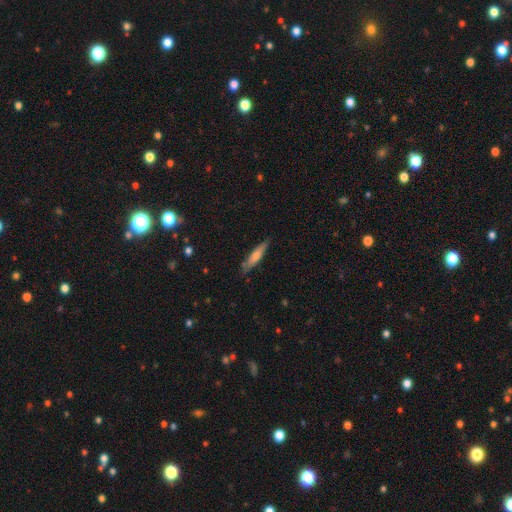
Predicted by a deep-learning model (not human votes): The model was most divided on "smooth or featured": smooth: 52%, featured or disk: 41%, star or artifact: 7%. More confident: how rounded — cigar-shaped (86%); merging — none (83%).